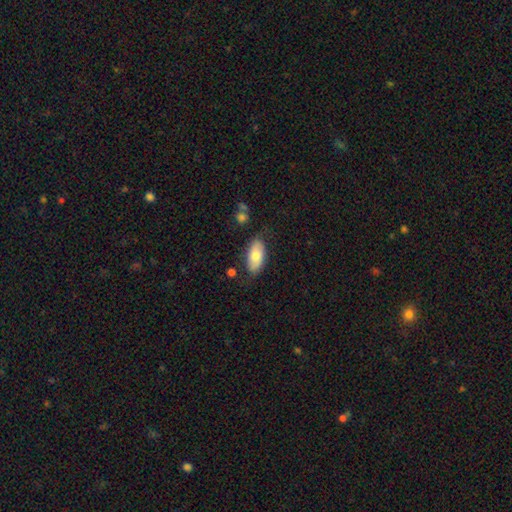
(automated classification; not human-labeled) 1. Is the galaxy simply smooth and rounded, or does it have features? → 75% smooth, 19% featured or disk, 6% star or artifact.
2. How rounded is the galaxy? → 92% in between, 6% cigar-shaped, 3% round.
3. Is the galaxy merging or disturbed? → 76% none, 17% minor disturbance, 4% major disturbance, 3% merger.